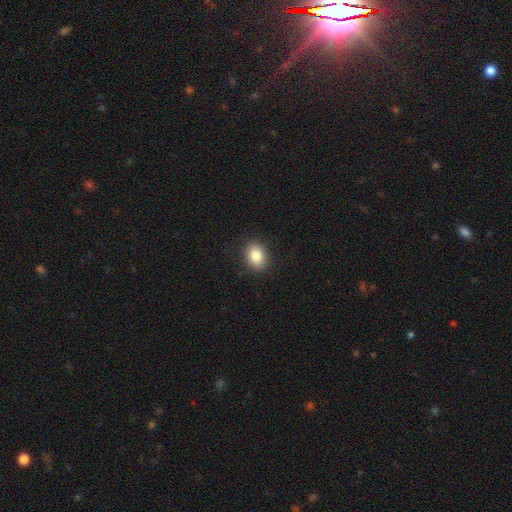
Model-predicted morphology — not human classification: This is clearly a smooth galaxy (85%). How rounded: likely in between (62%). Merging: clearly none (89%).